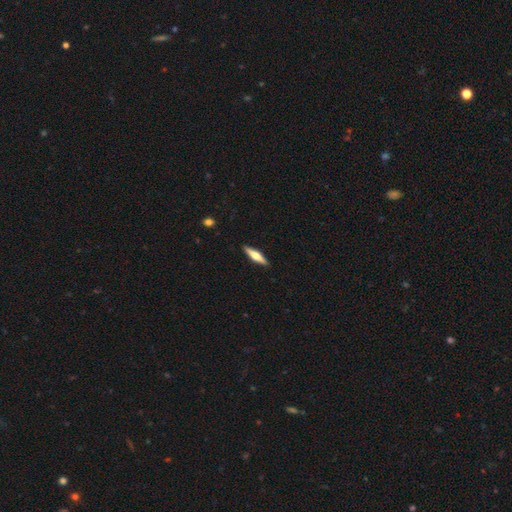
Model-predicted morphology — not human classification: A featured or disk galaxy (51%) viewed edge-on (96%). Merging: none (90%).